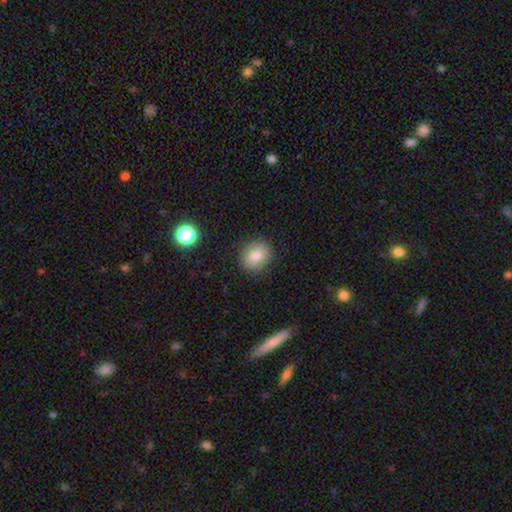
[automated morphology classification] Smooth or featured?
  - smooth: 77% *
  - featured or disk: 13%
  - star or artifact: 10%
How rounded?
  - round: 73% *
  - in between: 26%
  - cigar-shaped: 1%
Merging?
  - none: 87% *
  - minor disturbance: 9%
  - major disturbance: 3%
  - merger: 1%